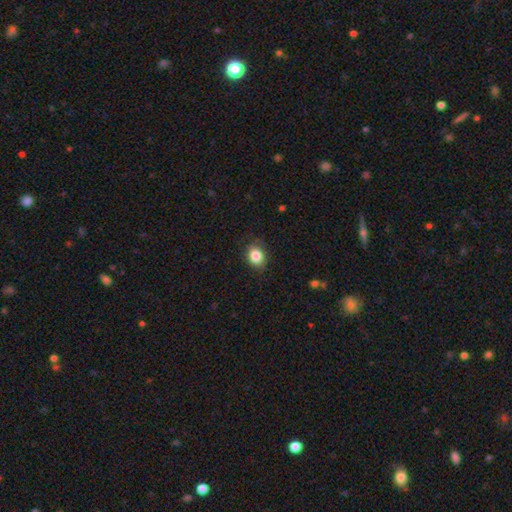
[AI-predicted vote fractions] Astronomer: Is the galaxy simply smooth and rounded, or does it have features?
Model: smooth — 84%.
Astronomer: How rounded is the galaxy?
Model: in between — 56% (runner-up: round, 43%).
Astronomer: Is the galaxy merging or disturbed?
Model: none — 80%.